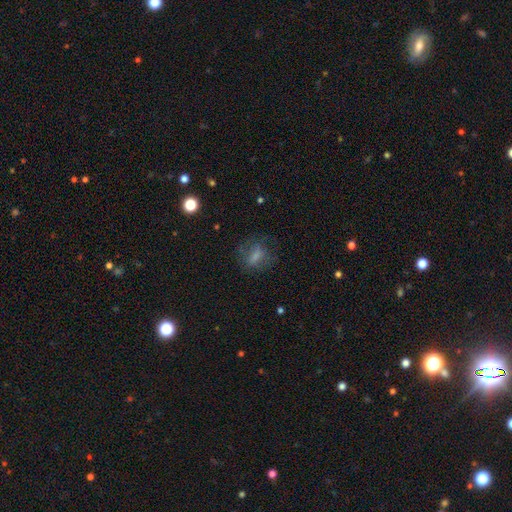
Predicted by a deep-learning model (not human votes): smooth-or-featured: smooth: 65% | featured or disk: 23% | star or artifact: 12%
  how-rounded: in between: 63% | round: 26% | cigar-shaped: 11%
  merging: none: 60% | minor disturbance: 20% | major disturbance: 18% | merger: 2%